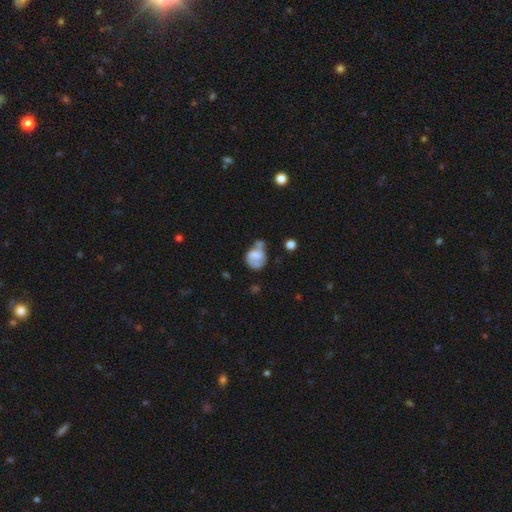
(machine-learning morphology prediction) Smooth or featured? smooth (51%)
How rounded? in between (53%)
Merging? minor disturbance (27%, tied with none)